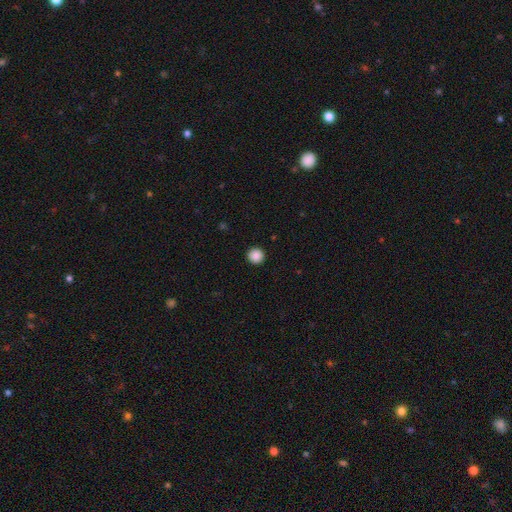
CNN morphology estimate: The model was most divided on "smooth or featured": smooth: 88%, star or artifact: 9%, featured or disk: 3%. More confident: how rounded — round (95%); merging — none (93%).